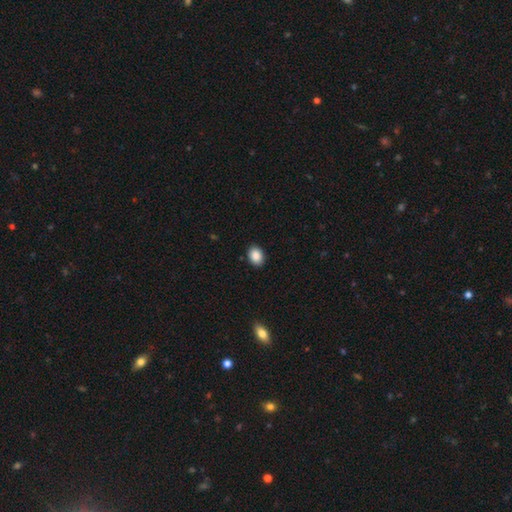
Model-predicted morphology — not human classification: type=smooth (89%); roundness=in between (72%); merging=none (89%).